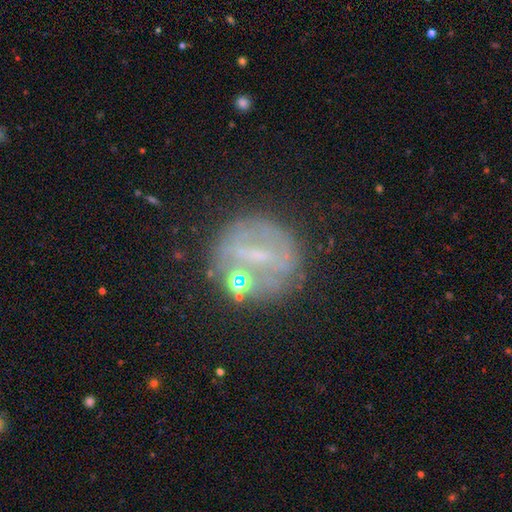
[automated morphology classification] type=featured or disk (54%); edge-on=no (93%); bar=strong (38%); spiral arms=no (75%); bulge=small (42%); merging=none (62%).